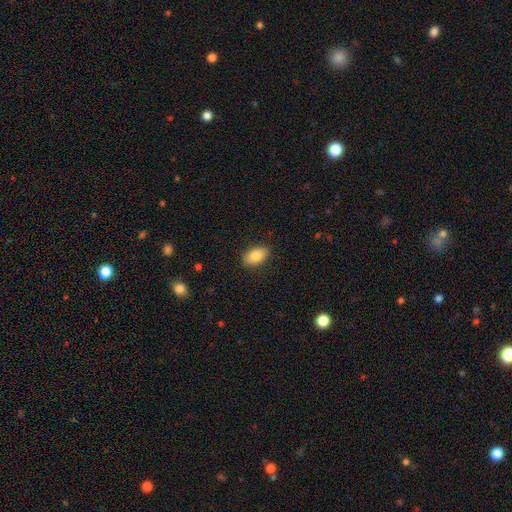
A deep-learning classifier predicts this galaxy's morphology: type=smooth (84%); roundness=in between (90%); merging=none (87%).